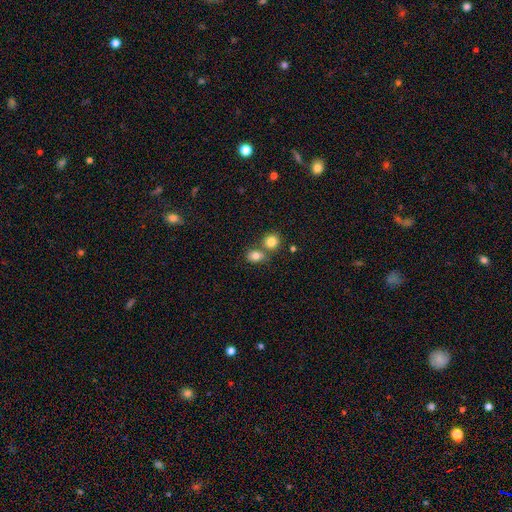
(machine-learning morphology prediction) smooth_or_featured: smooth (p=0.81) [alt: star or artifact p=0.11]
how_rounded: round (p=0.57) [alt: in between p=0.42]
merging: none (p=0.50) [alt: merger p=0.37]